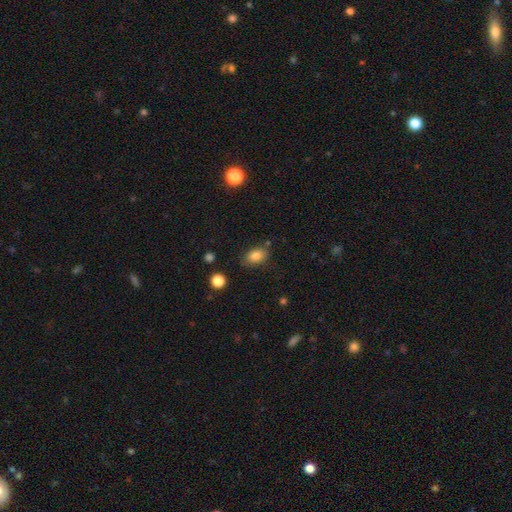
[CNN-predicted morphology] smooth_or_featured: smooth (p=0.82) [alt: star or artifact p=0.10]
how_rounded: in between (p=0.81) [alt: round p=0.18]
merging: none (p=0.79) [alt: minor disturbance p=0.14]